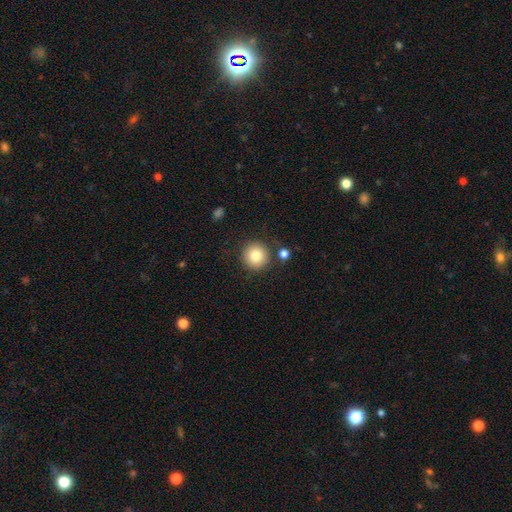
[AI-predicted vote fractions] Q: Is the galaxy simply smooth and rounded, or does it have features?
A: smooth — 82%.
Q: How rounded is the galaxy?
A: round — 95%.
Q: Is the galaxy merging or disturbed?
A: none — 84%.